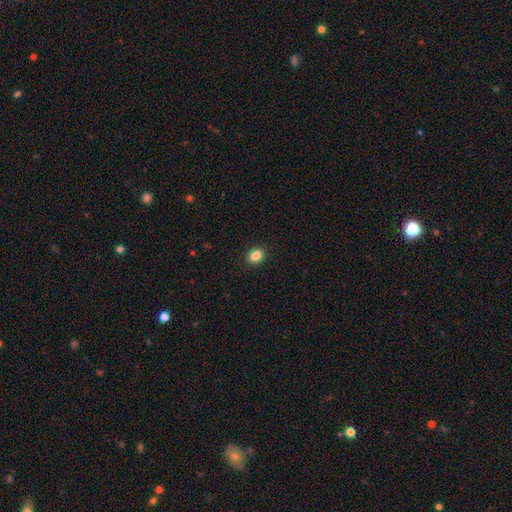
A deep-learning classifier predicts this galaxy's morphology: smooth_or_featured: smooth (p=0.85) [alt: star or artifact p=0.10]
how_rounded: in between (p=0.53) [alt: round p=0.46]
merging: none (p=0.91) [alt: minor disturbance p=0.06]